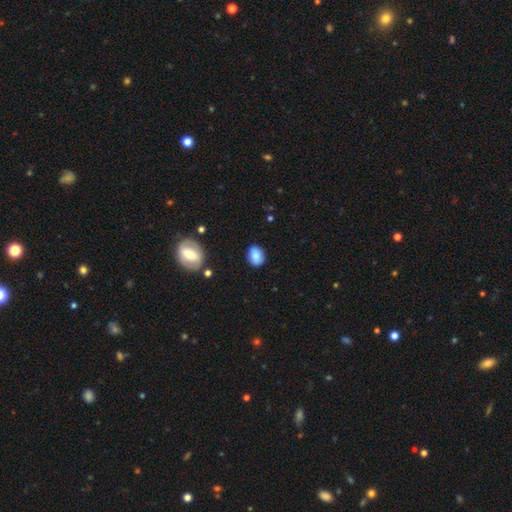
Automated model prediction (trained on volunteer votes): Smooth or featured?
  - smooth: 82% *
  - featured or disk: 9%
  - star or artifact: 8%
How rounded?
  - in between: 75% *
  - round: 23%
  - cigar-shaped: 2%
Merging?
  - none: 81% *
  - minor disturbance: 14%
  - major disturbance: 3%
  - merger: 2%